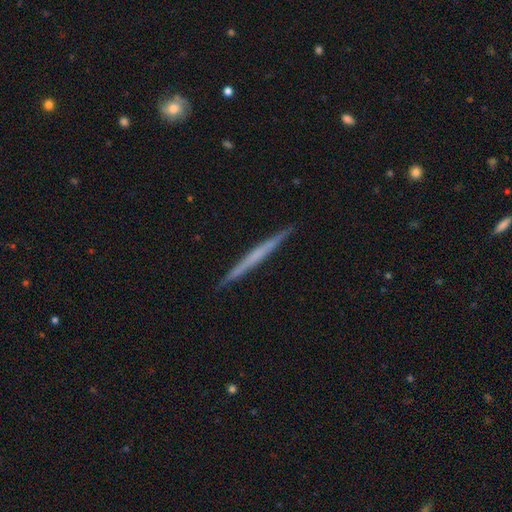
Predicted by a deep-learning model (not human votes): This is possibly a featured or disk galaxy (54%). It is clearly viewed edge-on (98%). Edge-on bulge: clearly none (87%). Merging: clearly none (92%).